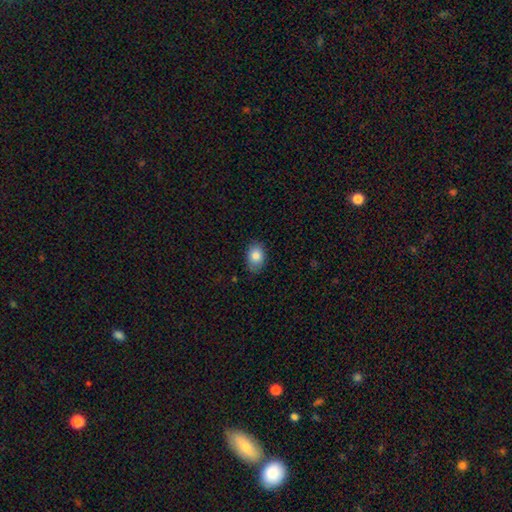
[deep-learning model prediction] smooth-or-featured: smooth: 84% | star or artifact: 8% | featured or disk: 8%
  how-rounded: in between: 78% | round: 21% | cigar-shaped: 1%
  merging: none: 81% | minor disturbance: 15% | major disturbance: 3% | merger: 1%